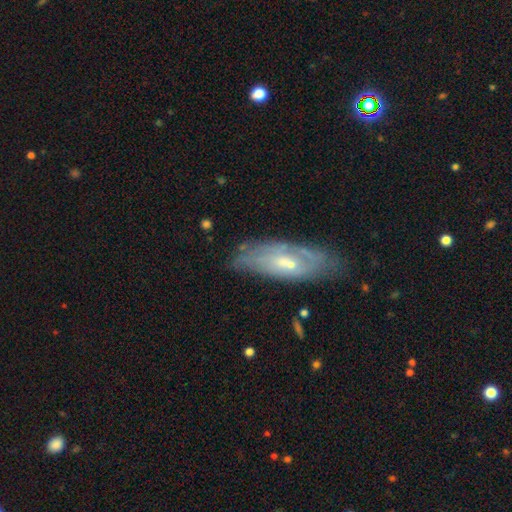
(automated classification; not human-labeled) A featured or disk galaxy (63%). Merging: none (69%).